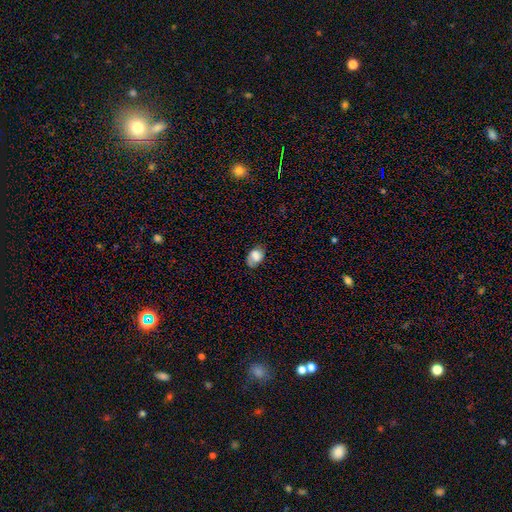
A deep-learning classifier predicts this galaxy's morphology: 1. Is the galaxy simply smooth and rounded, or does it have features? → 71% smooth, 20% featured or disk, 9% star or artifact.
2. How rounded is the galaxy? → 81% in between, 17% round, 1% cigar-shaped.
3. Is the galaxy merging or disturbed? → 60% none, 28% minor disturbance, 10% major disturbance, 2% merger.